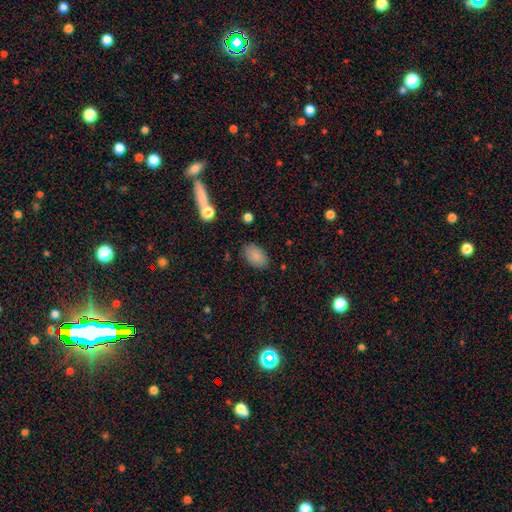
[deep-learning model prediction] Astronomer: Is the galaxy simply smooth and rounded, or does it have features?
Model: smooth — 86%.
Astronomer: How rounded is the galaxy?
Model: in between — 91%.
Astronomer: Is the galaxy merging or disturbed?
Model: none — 84%.